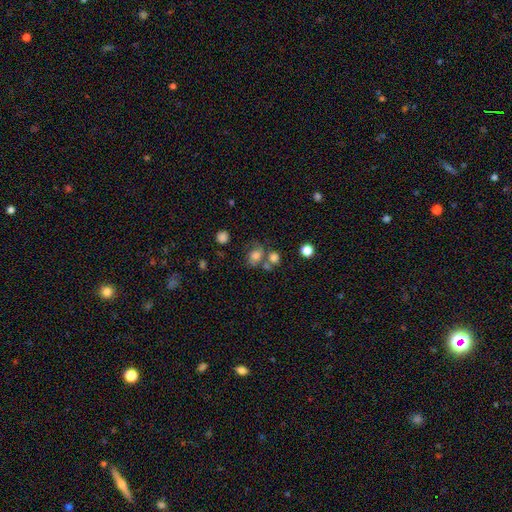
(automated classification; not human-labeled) smooth-or-featured: smooth: 67% | featured or disk: 20% | star or artifact: 13%
  how-rounded: round: 58% | in between: 41% | cigar-shaped: 1%
  merging: none: 40% | merger: 30% | minor disturbance: 17% | major disturbance: 12%